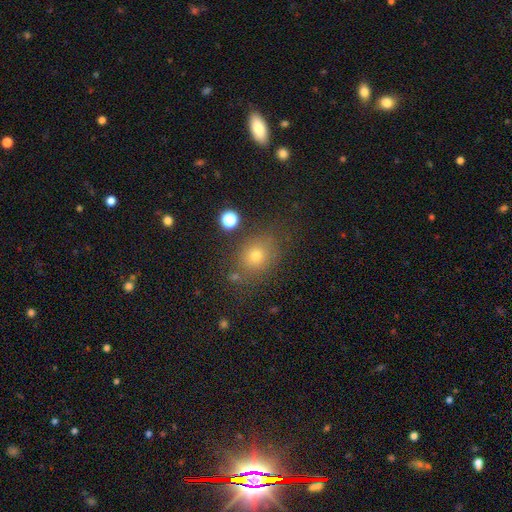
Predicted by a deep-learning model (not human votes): smooth 70%, star or artifact 18%, featured or disk 12%. Down the decision tree: how rounded — round (57%); merging — none (76%).